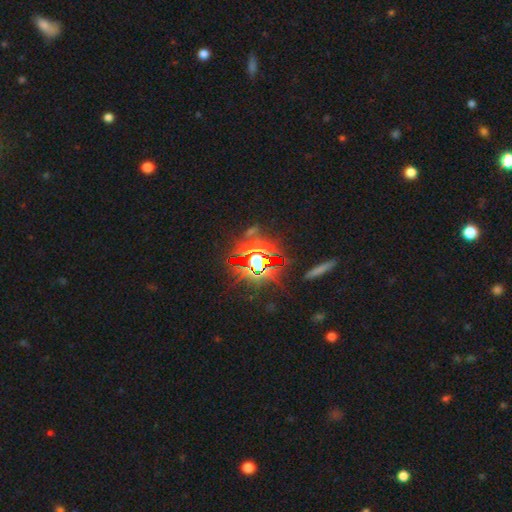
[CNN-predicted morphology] This is clearly a star or artifact rather than a galaxy (81%).